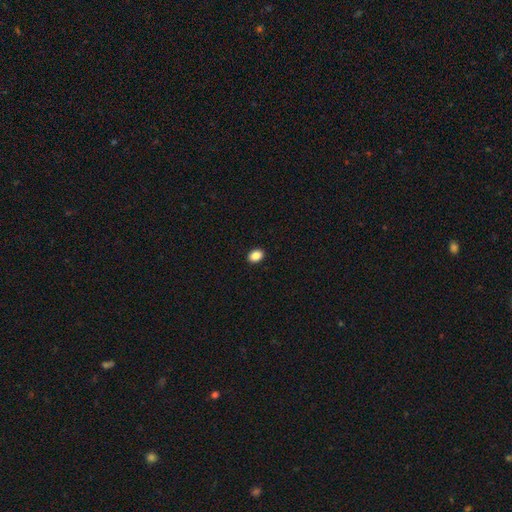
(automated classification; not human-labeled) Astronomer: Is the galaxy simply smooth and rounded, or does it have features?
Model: smooth — 88%.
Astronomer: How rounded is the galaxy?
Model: in between — 72%.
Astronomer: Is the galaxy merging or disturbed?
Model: none — 91%.